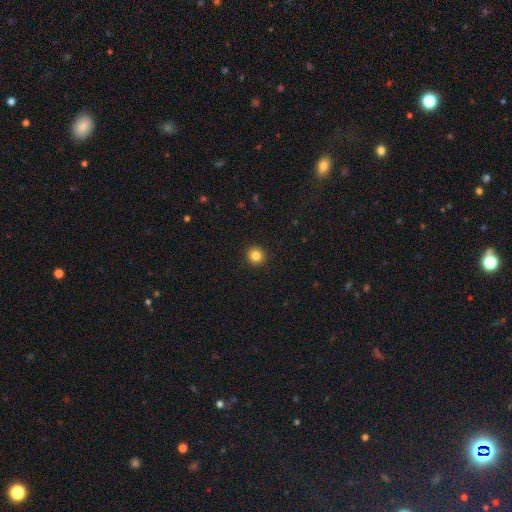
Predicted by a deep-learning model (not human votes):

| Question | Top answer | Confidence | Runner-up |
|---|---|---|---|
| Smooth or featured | smooth | 84% | star or artifact (12%) |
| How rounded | round | 94% | in between (5%) |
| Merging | none | 93% | minor disturbance (4%) |